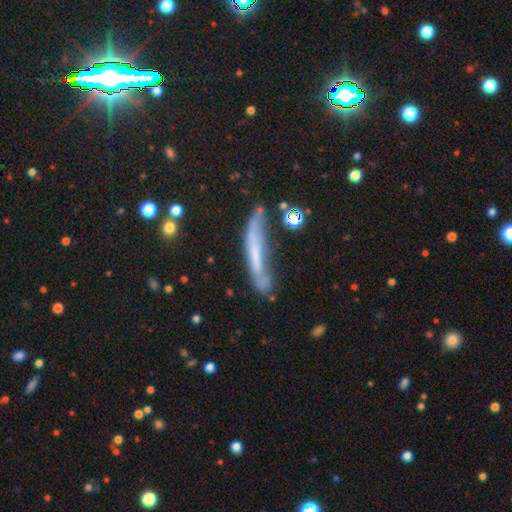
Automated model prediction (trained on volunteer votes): Q: Smooth or featured?
A: smooth (50%); runner-up: featured or disk (40%)
Q: Merging?
A: none (40%); runner-up: minor disturbance (27%)